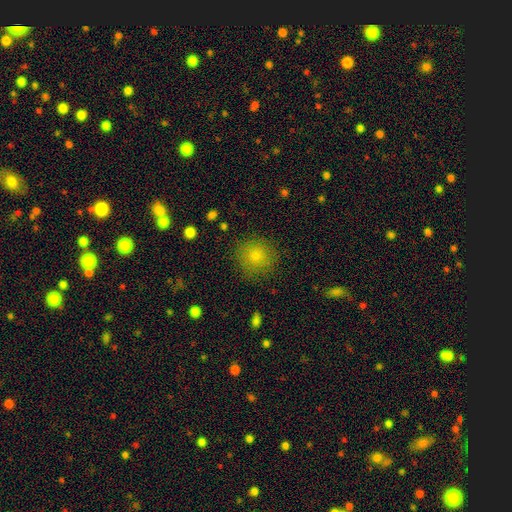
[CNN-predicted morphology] The model was most divided on "smooth or featured": smooth: 76%, star or artifact: 16%, featured or disk: 8%. More confident: how rounded — round (92%); merging — none (87%).